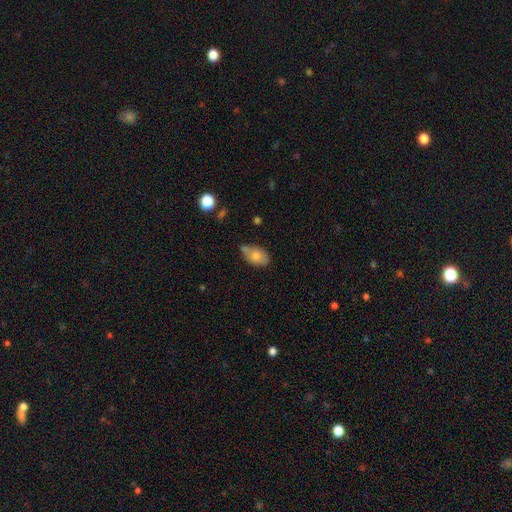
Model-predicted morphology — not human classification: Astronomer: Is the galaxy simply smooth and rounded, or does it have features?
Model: smooth — 73%.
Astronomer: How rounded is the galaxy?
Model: in between — 87%.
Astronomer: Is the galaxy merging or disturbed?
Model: none — 46% (runner-up: minor disturbance, 33%).